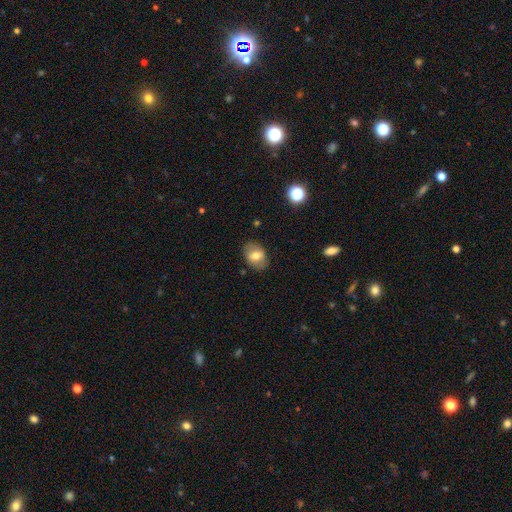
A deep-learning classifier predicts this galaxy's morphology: smooth 68%, featured or disk 24%, star or artifact 9%. Down the decision tree: how rounded — in between (73%); merging — none (82%).